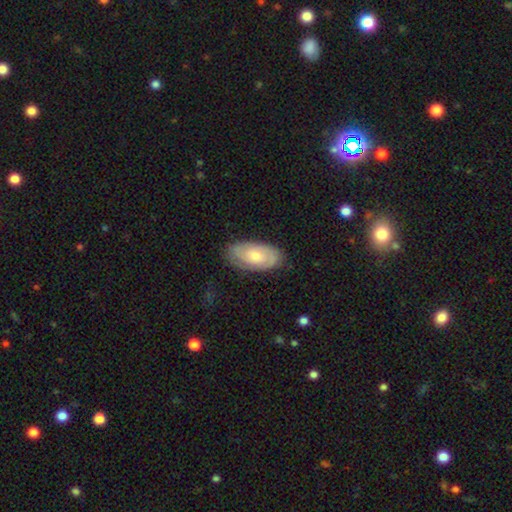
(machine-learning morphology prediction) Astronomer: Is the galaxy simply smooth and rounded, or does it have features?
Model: featured or disk — 53% (runner-up: smooth, 41%).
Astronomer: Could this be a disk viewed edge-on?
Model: no — 91%.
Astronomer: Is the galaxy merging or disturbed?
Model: none — 78%.